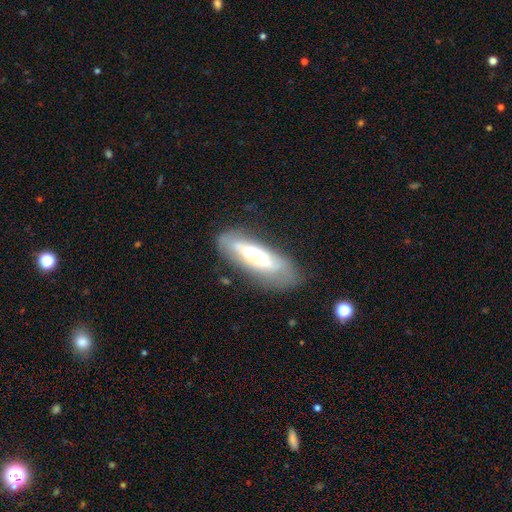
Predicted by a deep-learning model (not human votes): featured or disk 46% (tied), smooth 46% (tied), star or artifact 8%. Down the decision tree: merging — none (61%).